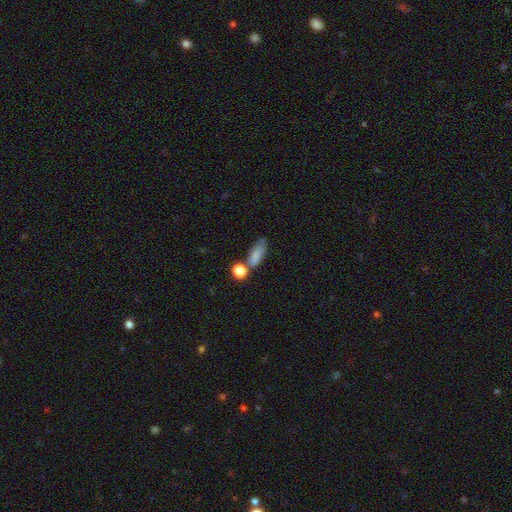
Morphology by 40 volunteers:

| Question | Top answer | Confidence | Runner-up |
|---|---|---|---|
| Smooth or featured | smooth | 80% | star or artifact (12%) |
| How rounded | in between | 78% | cigar-shaped (16%) |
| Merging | none | 46% | merger (34%) |